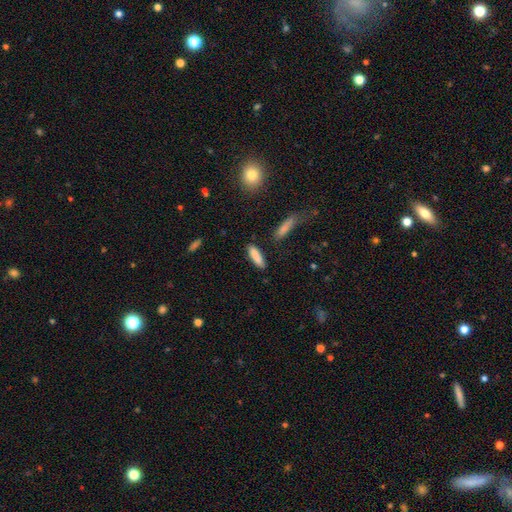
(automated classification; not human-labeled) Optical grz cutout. It shows a smooth galaxy with no disk features (85%) that is cigar-shaped (62%). Merging: none (81%).